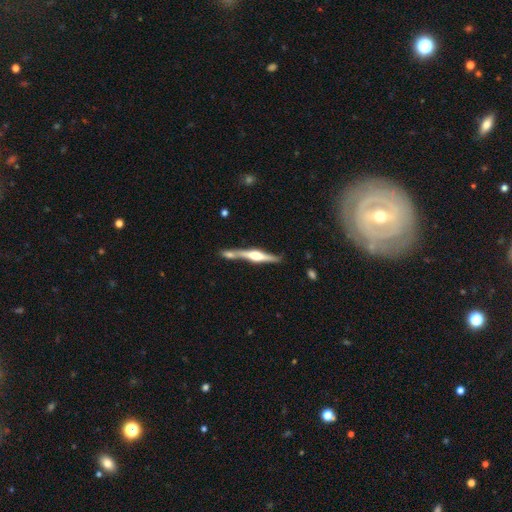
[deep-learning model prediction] Smooth or featured: featured or disk — 74% (smooth — 20%)
Edge-on disk: yes — 96% (no — 4%)
Edge-on bulge: rounded — 85% (boxy — 12%)
Merging: none — 52% (merger — 31%)